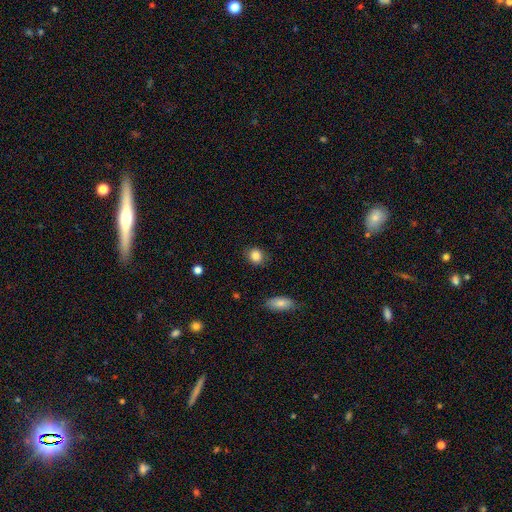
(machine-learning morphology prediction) The model was most divided on "how rounded": round: 72%, in between: 27%, cigar-shaped: 1%. More confident: smooth or featured — smooth (86%); merging — none (84%).